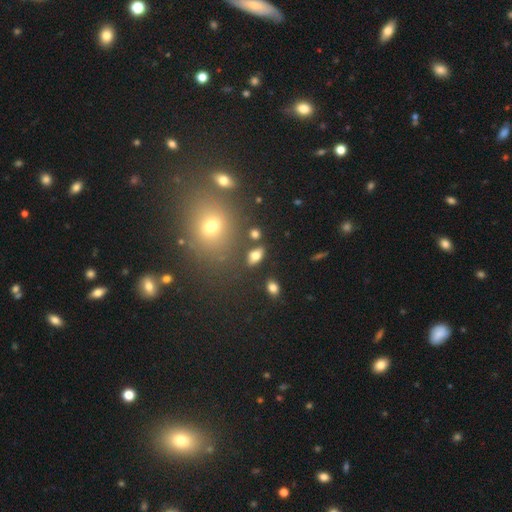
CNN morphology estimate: Smooth or featured? smooth (73%)
How rounded? in between (86%)
Merging? none (80%)